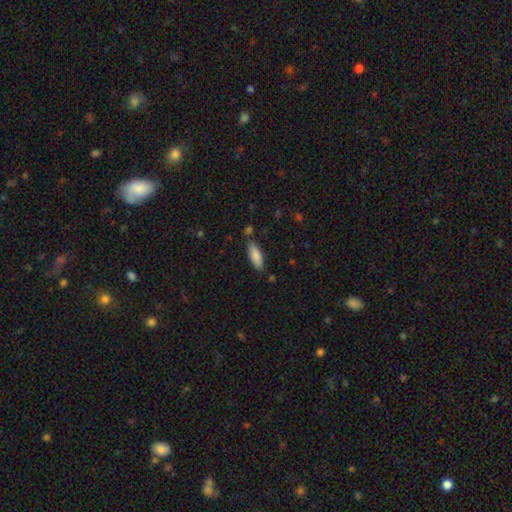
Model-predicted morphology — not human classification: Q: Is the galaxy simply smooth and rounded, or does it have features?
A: smooth — 85%.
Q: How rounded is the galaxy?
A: in between — 67%.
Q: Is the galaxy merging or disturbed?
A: none — 77%.